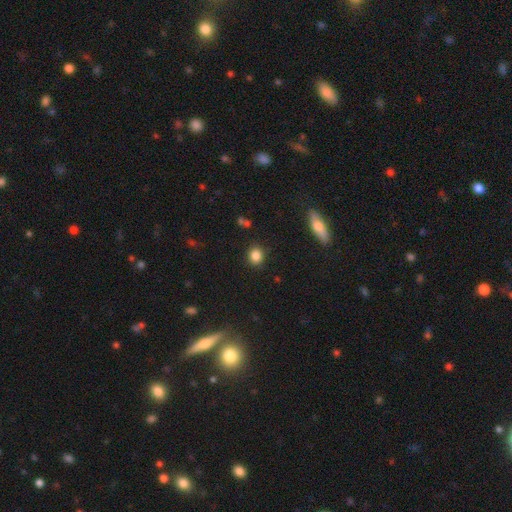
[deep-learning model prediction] The model was most divided on "how rounded": round: 79%, in between: 20%, cigar-shaped: 1%. More confident: merging — none (88%); smooth or featured — smooth (84%).